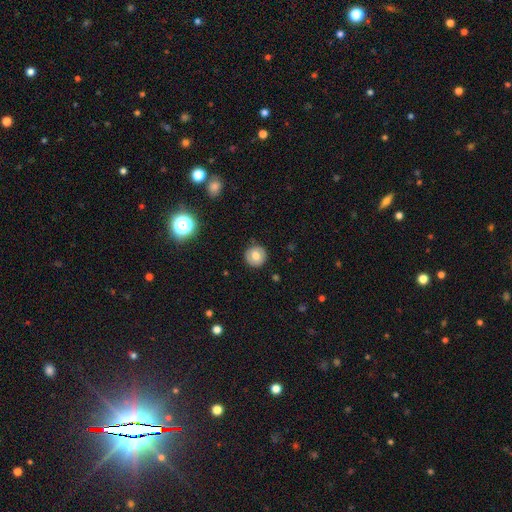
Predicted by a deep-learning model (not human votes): Smooth or featured: smooth — 70% (featured or disk — 21%)
How rounded: round — 94% (in between — 6%)
Merging: none — 90% (minor disturbance — 7%)